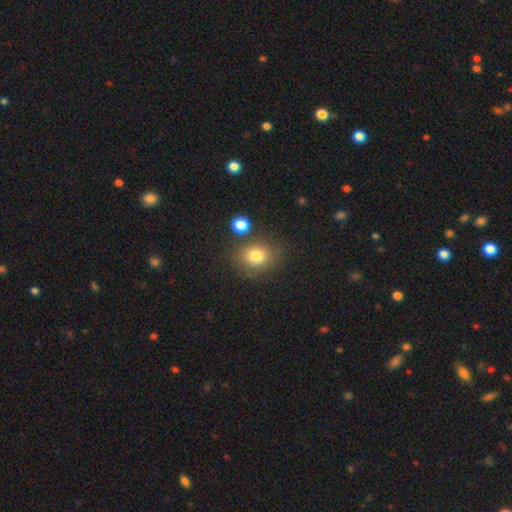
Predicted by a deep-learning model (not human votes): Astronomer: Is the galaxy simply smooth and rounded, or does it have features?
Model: smooth — 80%.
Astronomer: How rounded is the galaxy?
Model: round — 60% (runner-up: in between, 39%).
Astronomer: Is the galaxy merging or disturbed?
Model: none — 72%.